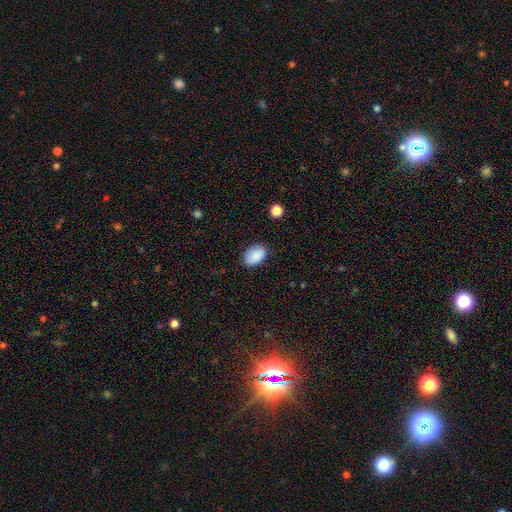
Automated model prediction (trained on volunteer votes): Overall: smooth (88%). How rounded: in between (88%). Merging: none (82%).